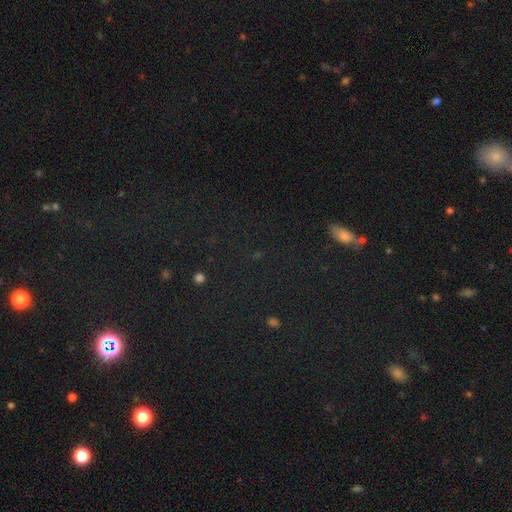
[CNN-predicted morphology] smooth_or_featured: star or artifact (p=0.64) [alt: smooth p=0.24]